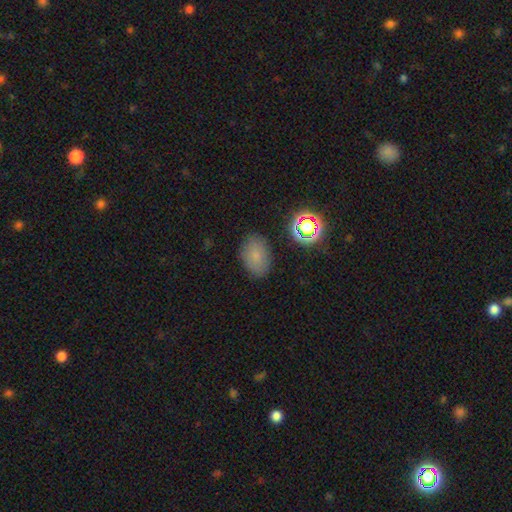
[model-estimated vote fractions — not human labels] Q: Smooth or featured?
A: smooth (77%); runner-up: star or artifact (14%)
Q: How rounded?
A: in between (82%); runner-up: round (17%)
Q: Merging?
A: none (83%); runner-up: minor disturbance (12%)